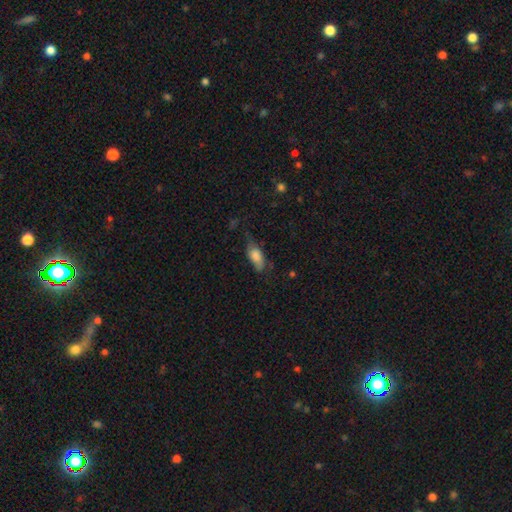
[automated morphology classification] The model was most divided on "merging": none: 45%, minor disturbance: 34%, major disturbance: 19%, merger: 3%. More confident: how rounded — in between (83%); smooth or featured — smooth (71%).